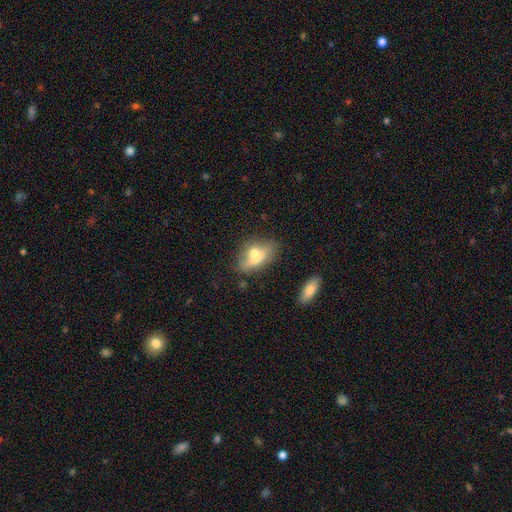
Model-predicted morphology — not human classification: The model was most divided on "merging": none: 41%, merger: 29%, minor disturbance: 19%, major disturbance: 11%. More confident: how rounded — in between (76%); smooth or featured — smooth (57%).